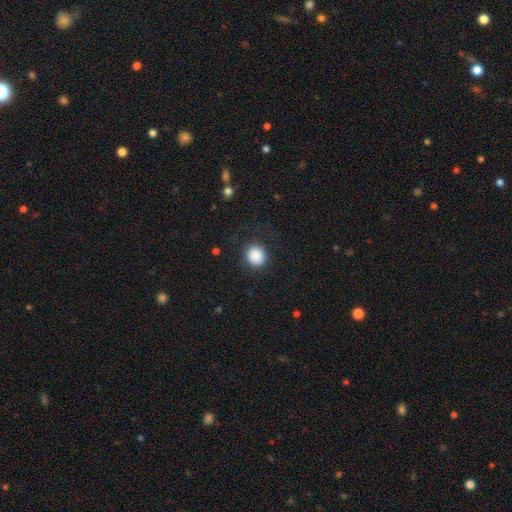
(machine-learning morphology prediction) smooth_or_featured: smooth (p=0.88) [alt: star or artifact p=0.08]
how_rounded: round (p=0.86) [alt: in between p=0.13]
merging: none (p=0.84) [alt: minor disturbance p=0.09]